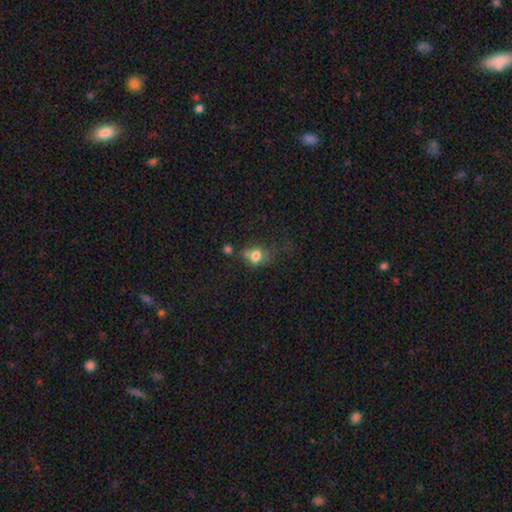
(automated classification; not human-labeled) Smooth or featured: smooth — 73% (featured or disk — 14%)
How rounded: round — 57% (in between — 41%)
Merging: none — 38% (merger — 23%)